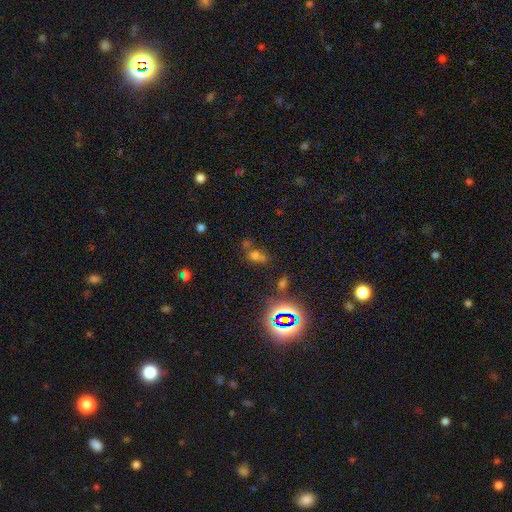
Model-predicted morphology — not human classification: Smooth or featured? smooth (45%)
Merging? none (51%)